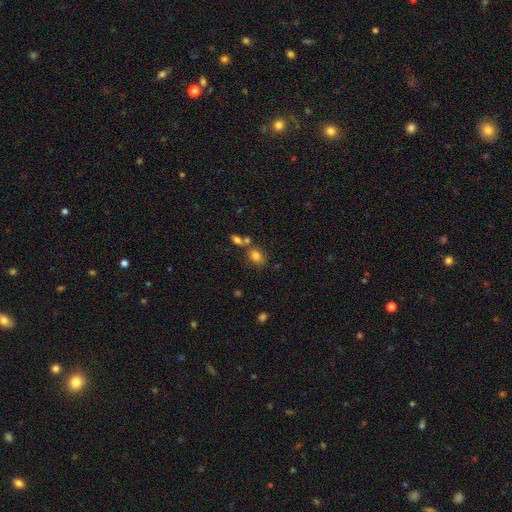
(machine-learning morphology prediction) Smooth or featured? Predicted: smooth (p=0.80). How rounded? Predicted: in between (p=0.66). Merging? Predicted: none (p=0.58).